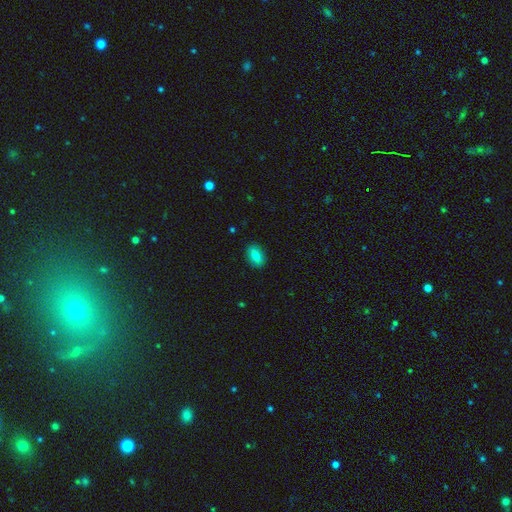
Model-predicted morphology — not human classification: smooth_or_featured: smooth (p=0.82) [alt: featured or disk p=0.10]
how_rounded: in between (p=0.88) [alt: round p=0.09]
merging: none (p=0.88) [alt: minor disturbance p=0.09]